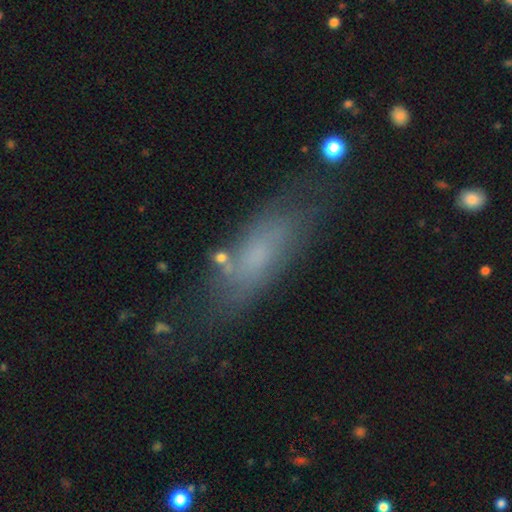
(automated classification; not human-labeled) Morphology: type=smooth (57%); roundness=in between (61%); merging=none (70%).